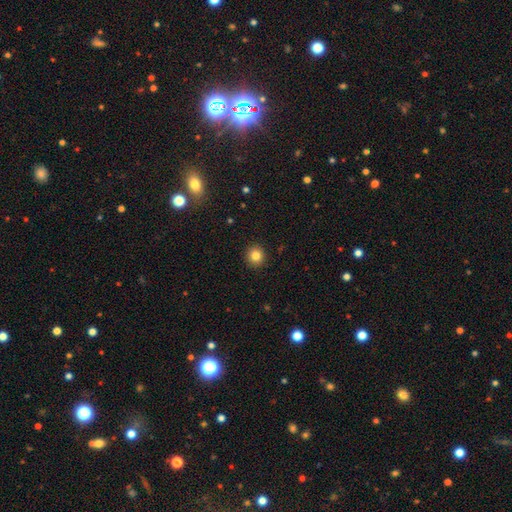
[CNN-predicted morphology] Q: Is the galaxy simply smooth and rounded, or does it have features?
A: smooth — 83%.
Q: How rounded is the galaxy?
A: round — 92%.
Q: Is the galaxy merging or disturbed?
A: none — 92%.